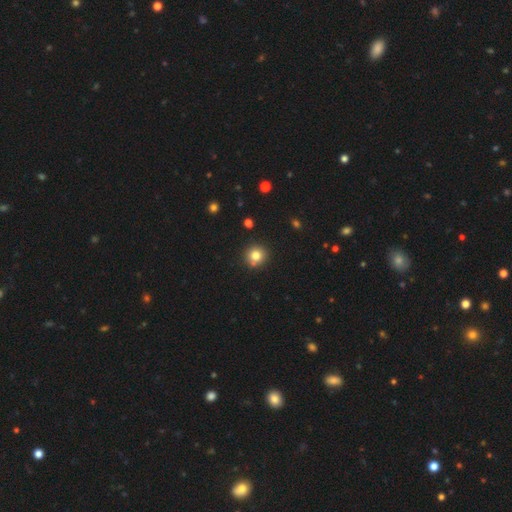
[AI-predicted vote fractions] This appears to be a smooth galaxy with no disk features (79%) that is round (92%). Merging: none (81%).